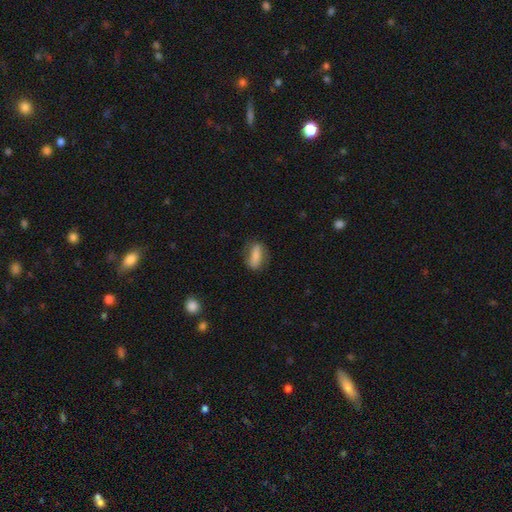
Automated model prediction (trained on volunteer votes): This is likely a smooth galaxy (74%). How rounded: likely in between (64%). Merging: likely none (75%).